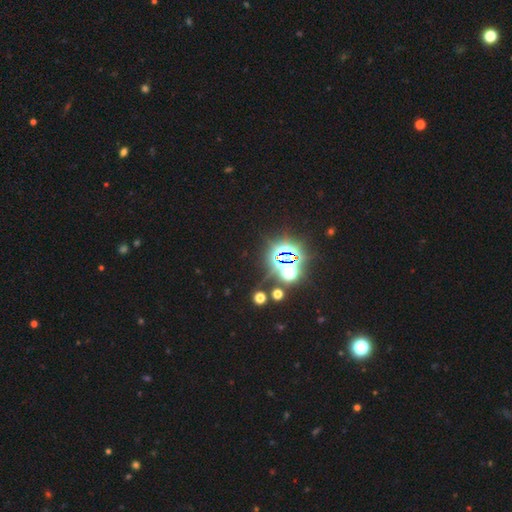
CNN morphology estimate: Smooth or featured? Predicted: star or artifact (p=0.83).